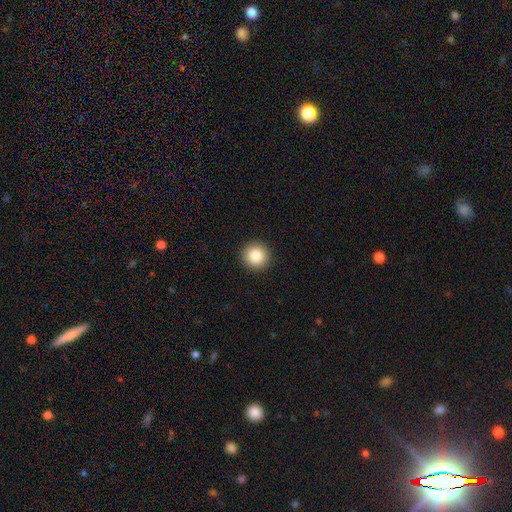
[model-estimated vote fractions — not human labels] This appears to be a smooth galaxy with no disk features (85%) that is round (95%). Merging: none (93%).